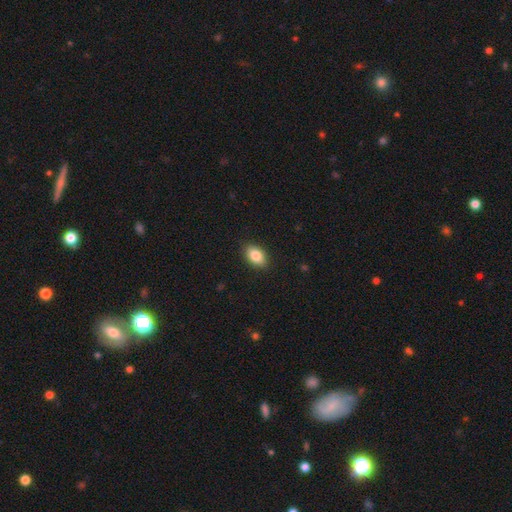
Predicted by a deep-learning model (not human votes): The model was most divided on "smooth or featured": smooth: 86%, star or artifact: 7%, featured or disk: 7%. More confident: how rounded — in between (90%); merging — none (88%).